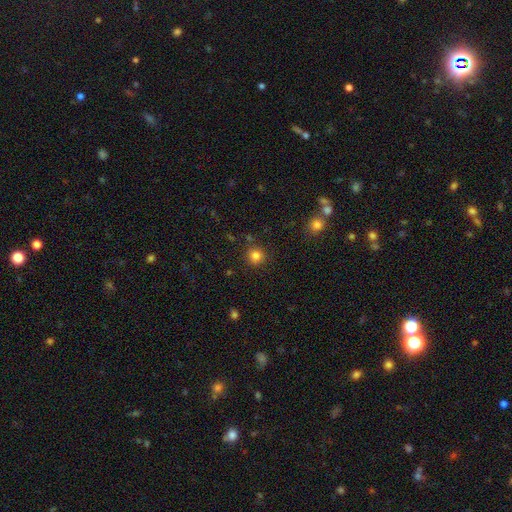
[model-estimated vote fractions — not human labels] smooth_or_featured: smooth (p=0.82) [alt: star or artifact p=0.13]
how_rounded: round (p=0.93) [alt: in between p=0.06]
merging: none (p=0.88) [alt: minor disturbance p=0.07]